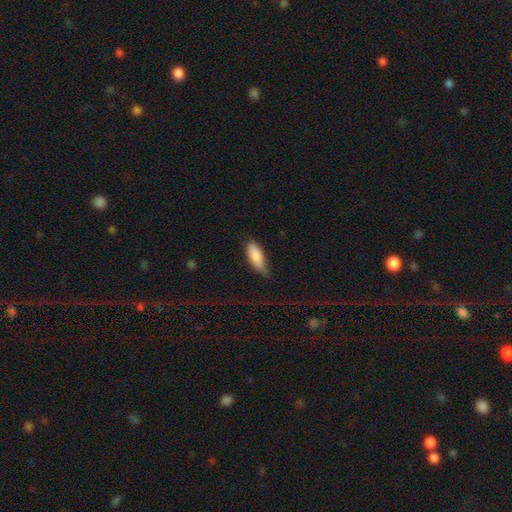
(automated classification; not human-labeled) Morphology: type=smooth (85%); roundness=in between (73%); merging=none (54%).